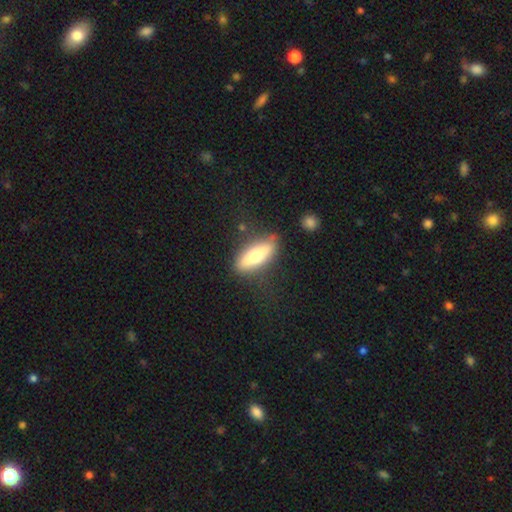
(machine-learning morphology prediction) This appears to be a smooth galaxy with no disk features (58%) that is in between round and cigar-shaped (50%). Merging: none (79%).